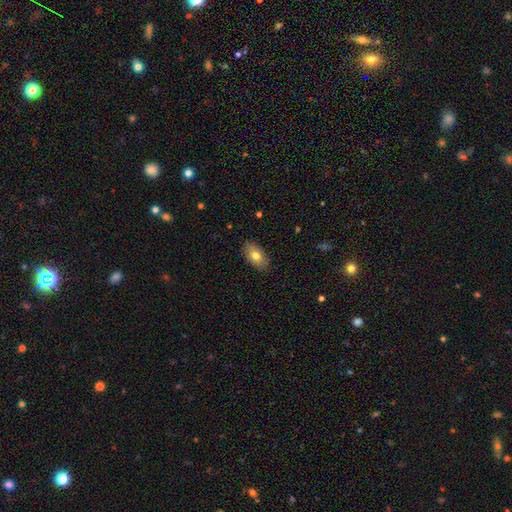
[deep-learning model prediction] Q: Smooth or featured?
A: smooth (76%); runner-up: featured or disk (17%)
Q: How rounded?
A: in between (91%); runner-up: round (7%)
Q: Merging?
A: none (86%); runner-up: minor disturbance (11%)